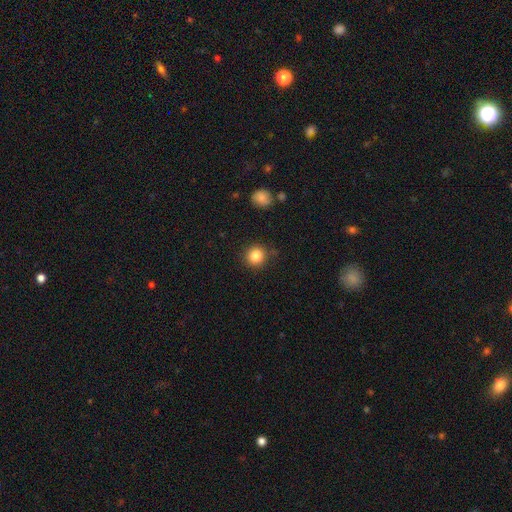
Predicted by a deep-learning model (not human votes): This is clearly a smooth galaxy (84%). How rounded: clearly round (92%). Merging: clearly none (86%).